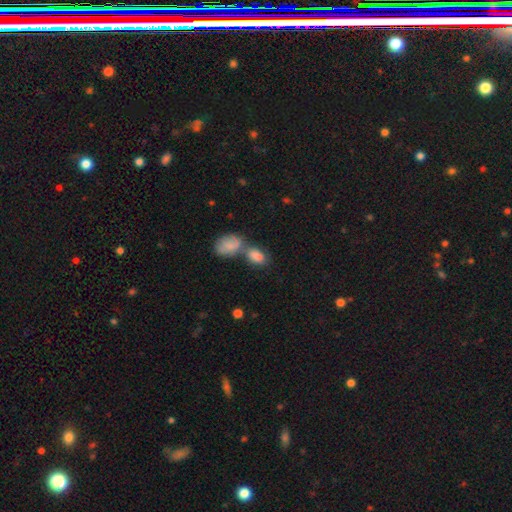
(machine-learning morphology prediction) smooth 81%, featured or disk 11%, star or artifact 8%. Down the decision tree: how rounded — in between (85%); merging — merger (50%).